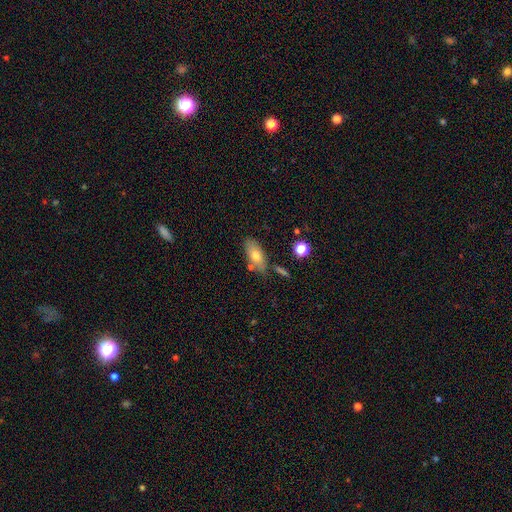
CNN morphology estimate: Q: Smooth or featured?
A: smooth (71%); runner-up: featured or disk (21%)
Q: How rounded?
A: in between (86%); runner-up: cigar-shaped (10%)
Q: Merging?
A: none (72%); runner-up: minor disturbance (15%)